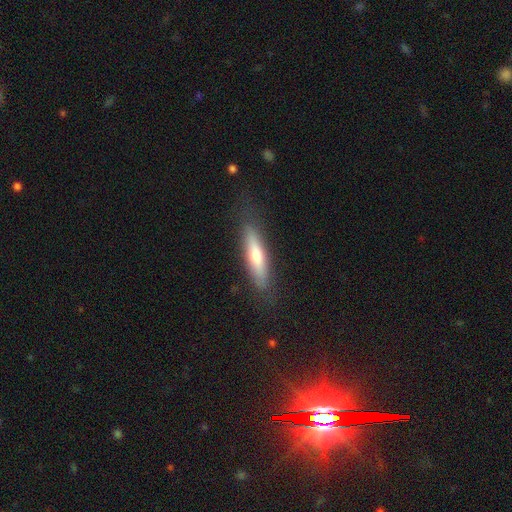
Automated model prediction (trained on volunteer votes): Smooth or featured? smooth (57%)
How rounded? cigar-shaped (77%)
Merging? none (82%)